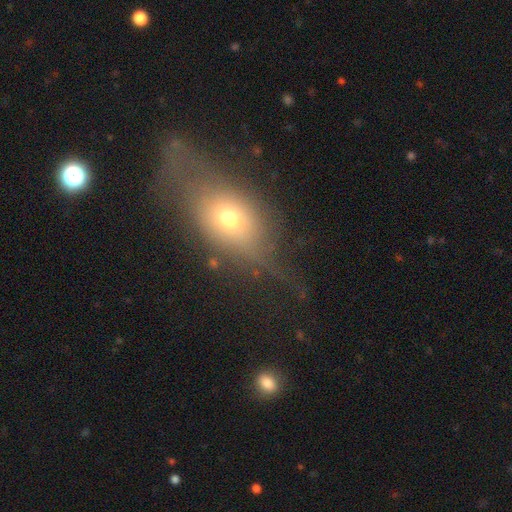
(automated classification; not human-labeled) Overall: smooth (54%; featured or disk 31%). How rounded: in between (64%; round 26%). Merging: none (43%; major disturbance 30%).